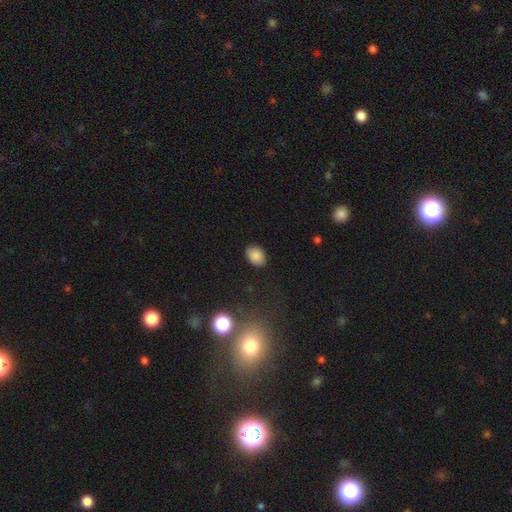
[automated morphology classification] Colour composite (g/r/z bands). It shows a smooth galaxy with no disk features (86%) that is in between round and cigar-shaped (70%). Merging: none (87%).